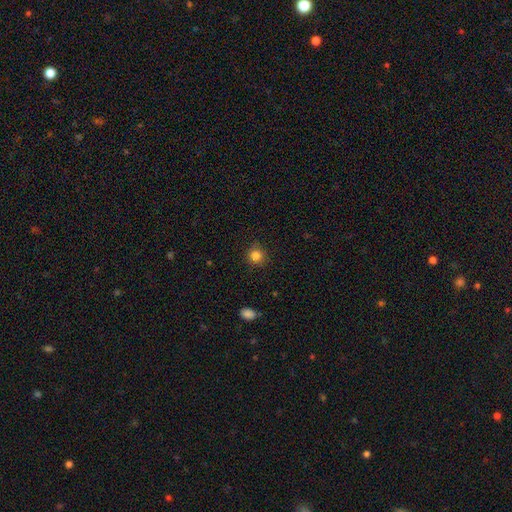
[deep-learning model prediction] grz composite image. It shows a smooth galaxy with no disk features (84%) that is round (92%). Merging: none (88%).